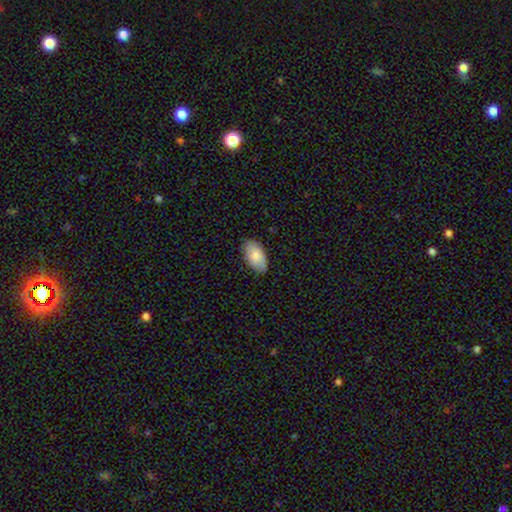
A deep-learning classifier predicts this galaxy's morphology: Smooth or featured? smooth (82%)
How rounded? in between (95%)
Merging? none (81%)